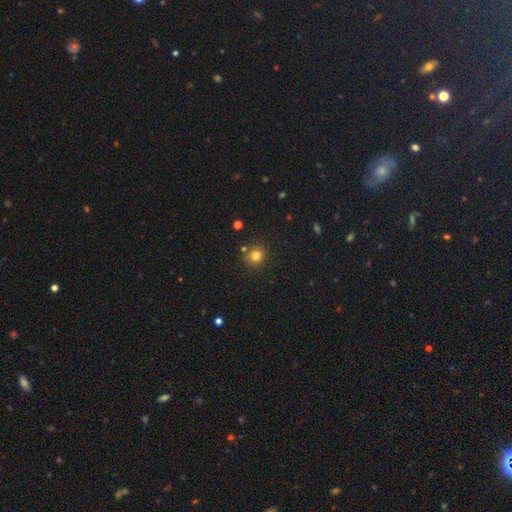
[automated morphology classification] The model was most divided on "smooth or featured": smooth: 79%, star or artifact: 15%, featured or disk: 6%. More confident: how rounded — round (89%); merging — none (81%).